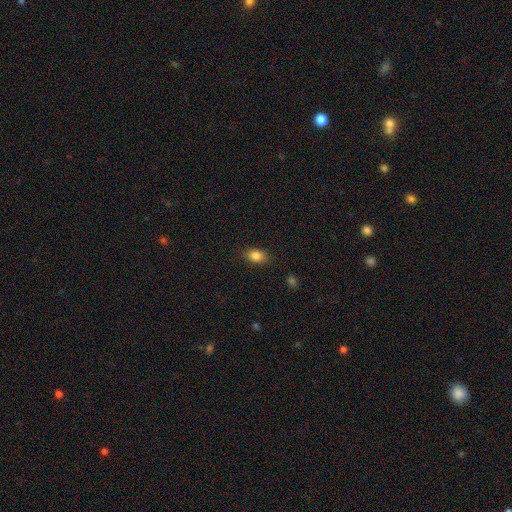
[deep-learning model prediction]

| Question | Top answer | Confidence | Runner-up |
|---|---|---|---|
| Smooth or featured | smooth | 85% | star or artifact (9%) |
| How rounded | in between | 82% | round (16%) |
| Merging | none | 86% | minor disturbance (10%) |